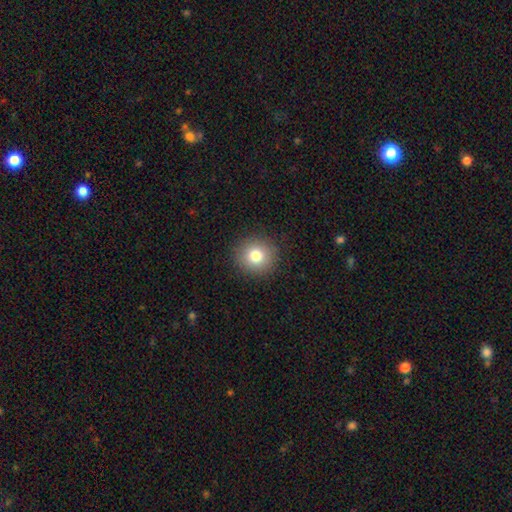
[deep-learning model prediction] A smooth galaxy with no disk features (79%) that is round (91%). Merging: none (91%).